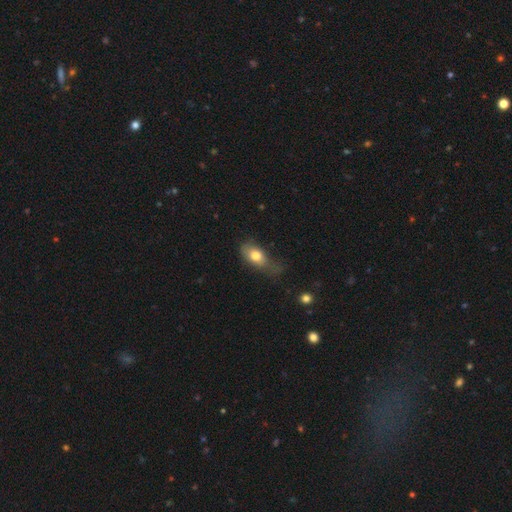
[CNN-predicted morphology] This appears to be a smooth galaxy with no disk features (75%) that is in between round and cigar-shaped (84%). Merging: minor disturbance (37%).